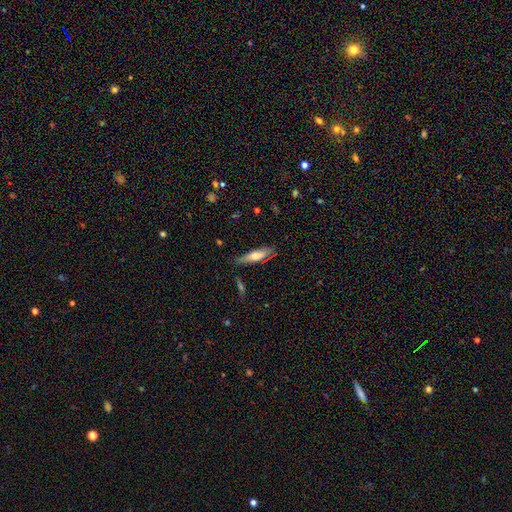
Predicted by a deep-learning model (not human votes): smooth 58%, featured or disk 35%, star or artifact 7%. Down the decision tree: how rounded — cigar-shaped (69%); merging — none (79%).